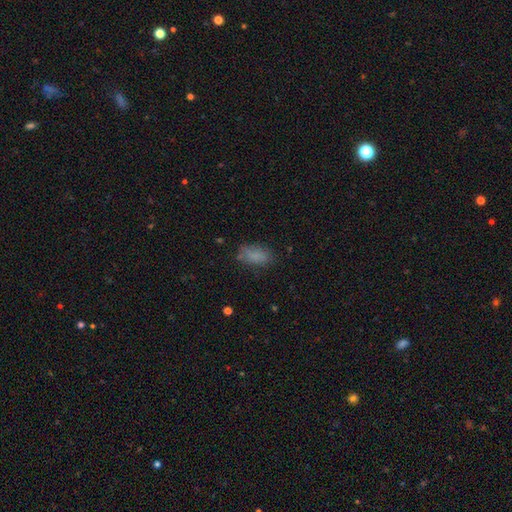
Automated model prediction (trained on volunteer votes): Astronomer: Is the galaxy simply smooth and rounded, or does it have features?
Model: smooth — 83%.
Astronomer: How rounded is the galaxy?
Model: in between — 91%.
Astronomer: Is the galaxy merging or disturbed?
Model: none — 73%.